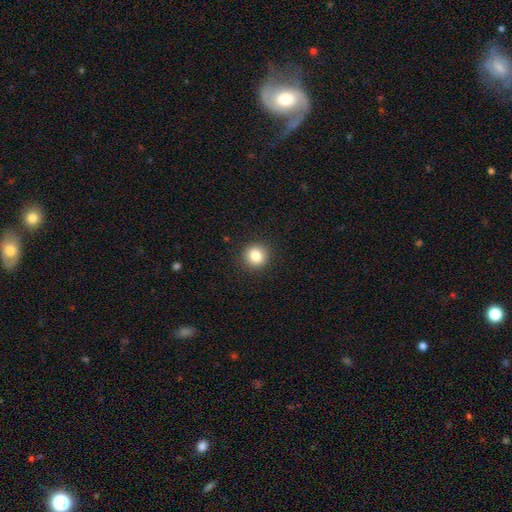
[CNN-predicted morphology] type=smooth (84%); roundness=round (92%); merging=none (92%).